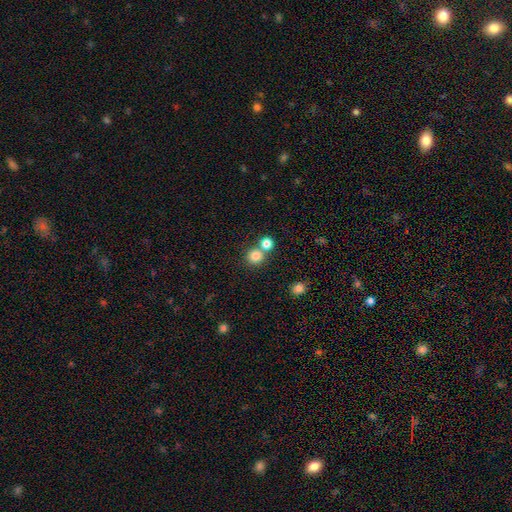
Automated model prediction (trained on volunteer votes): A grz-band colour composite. It shows a smooth galaxy with no disk features (81%) that is round (90%). Merging: none (59%).